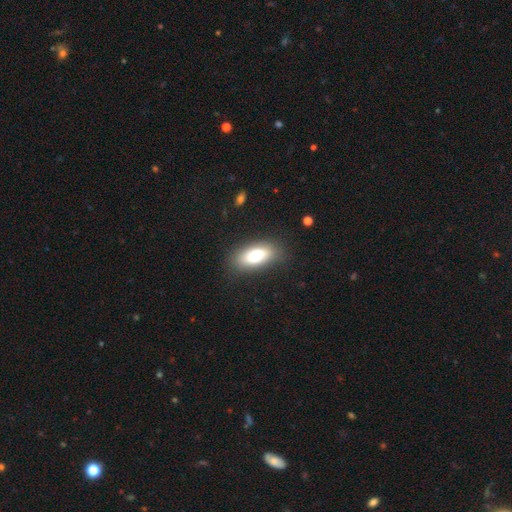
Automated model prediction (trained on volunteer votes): smooth_or_featured: smooth (p=0.73) [alt: featured or disk p=0.19]
how_rounded: in between (p=0.85) [alt: cigar-shaped p=0.12]
merging: none (p=0.83) [alt: minor disturbance p=0.12]